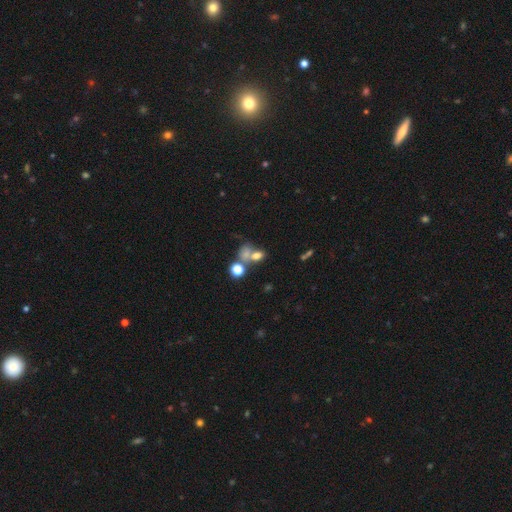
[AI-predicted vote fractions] Overall: smooth (51%; star or artifact 29%). How rounded: round (57%; in between 39%). Merging: merger (42%; none 39%).